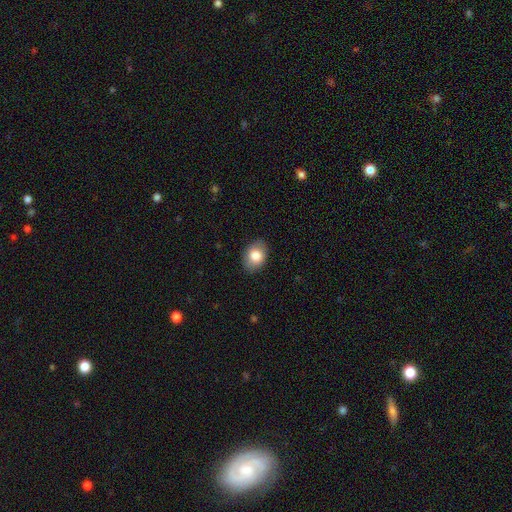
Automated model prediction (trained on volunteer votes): Smooth or featured: smooth — 81% (featured or disk — 11%)
How rounded: in between — 71% (round — 28%)
Merging: none — 86% (minor disturbance — 11%)